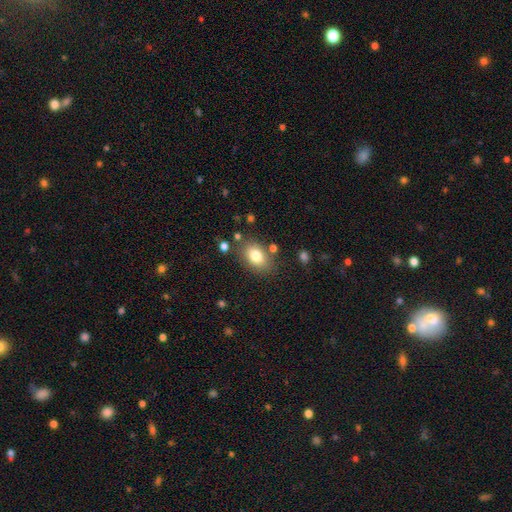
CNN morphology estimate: A smooth galaxy with no disk features (80%) that is in between round and cigar-shaped (82%). Merging: none (78%).